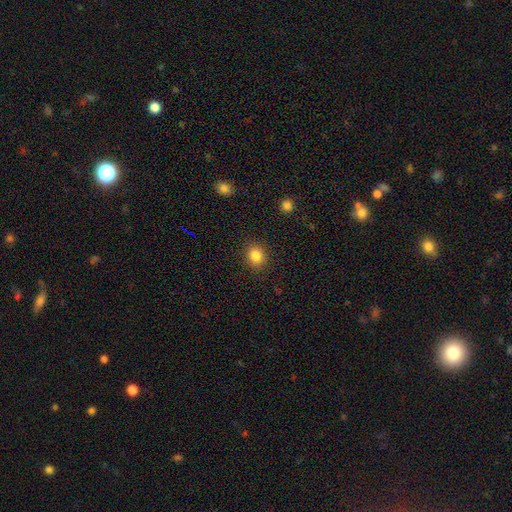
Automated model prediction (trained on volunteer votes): smooth_or_featured: smooth (p=0.84) [alt: star or artifact p=0.11]
how_rounded: round (p=0.74) [alt: in between p=0.25]
merging: none (p=0.89) [alt: minor disturbance p=0.07]